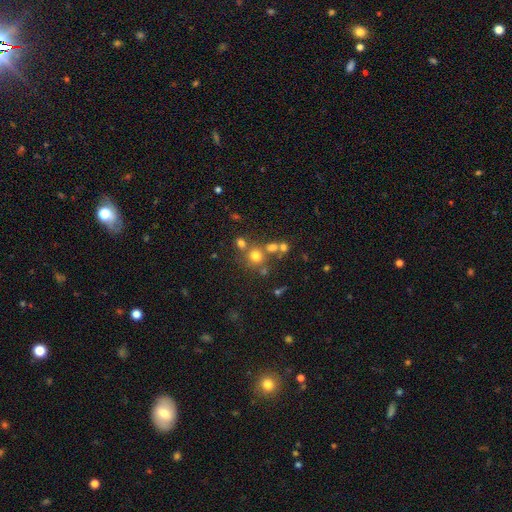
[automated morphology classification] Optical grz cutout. It shows a smooth galaxy with no disk features (68%) that is round (87%). Merging: none (60%).